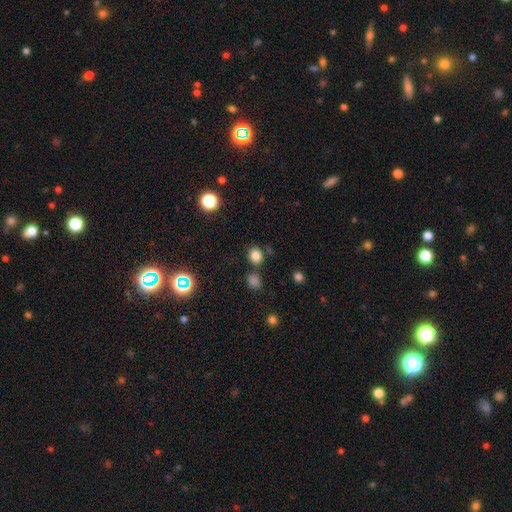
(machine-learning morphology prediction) Smooth or featured: smooth — 80% (star or artifact — 16%)
How rounded: round — 76% (in between — 23%)
Merging: none — 77% (minor disturbance — 10%)